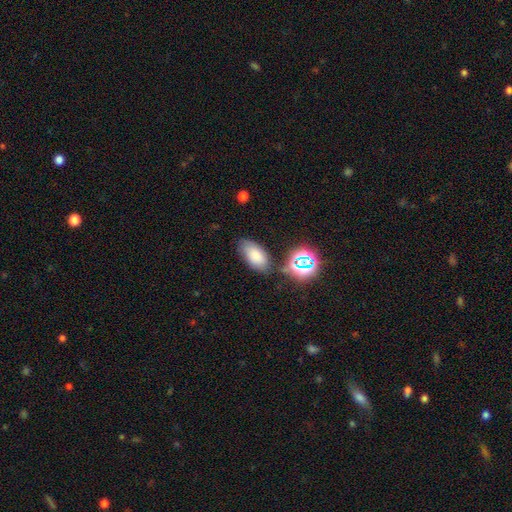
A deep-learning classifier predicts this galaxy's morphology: smooth_or_featured: smooth (p=0.74) [alt: star or artifact p=0.15]
how_rounded: in between (p=0.91) [alt: round p=0.06]
merging: none (p=0.70) [alt: minor disturbance p=0.18]